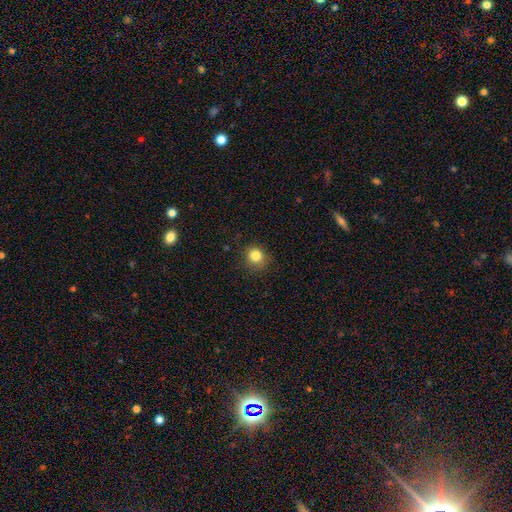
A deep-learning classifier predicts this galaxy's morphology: Smooth or featured: smooth — 83% (star or artifact — 12%)
How rounded: round — 87% (in between — 12%)
Merging: none — 87% (minor disturbance — 10%)